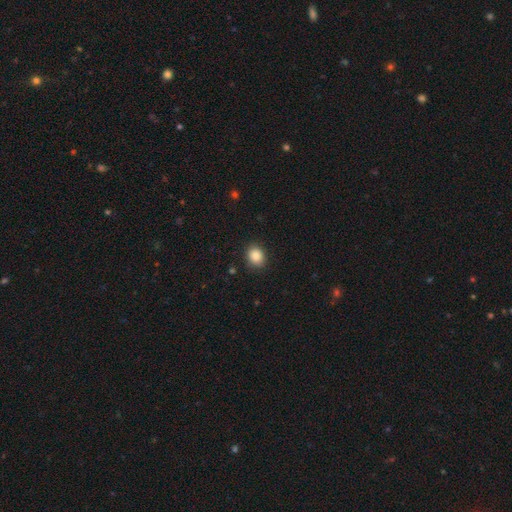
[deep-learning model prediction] The model was most divided on "how rounded": round: 63%, in between: 37%, cigar-shaped: 1%. More confident: smooth or featured — smooth (87%); merging — none (86%).